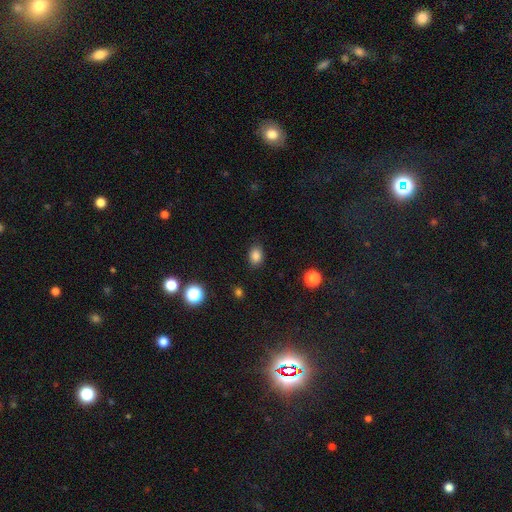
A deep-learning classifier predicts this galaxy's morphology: A smooth galaxy with no disk features (84%) that is in between round and cigar-shaped (68%). Merging: none (85%).